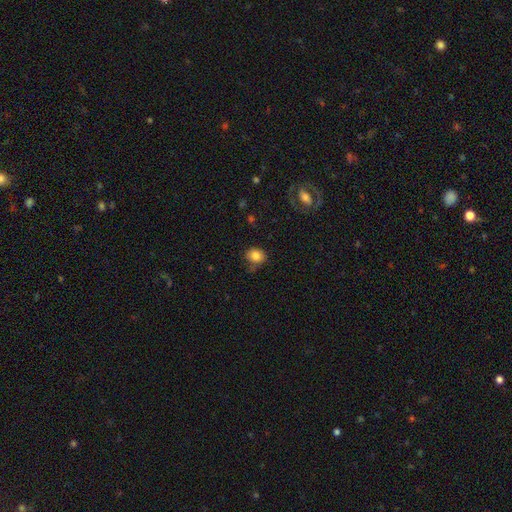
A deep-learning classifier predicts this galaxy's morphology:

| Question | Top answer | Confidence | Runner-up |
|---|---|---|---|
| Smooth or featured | smooth | 83% | star or artifact (10%) |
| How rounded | in between | 51% | round (48%) |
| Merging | none | 66% | minor disturbance (22%) |